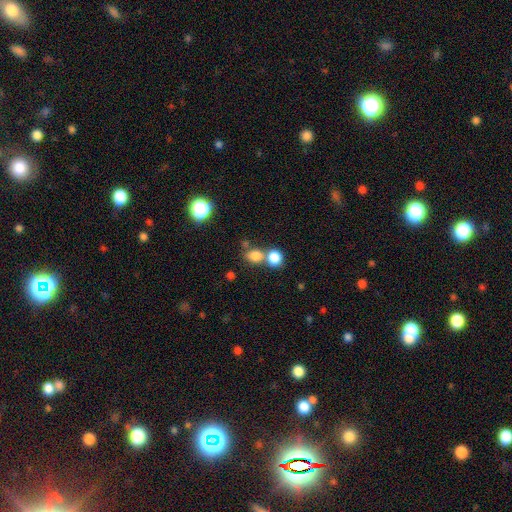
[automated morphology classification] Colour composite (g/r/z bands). It shows a smooth galaxy with no disk features (79%) that is round (58%). Merging: merger (44%, tied with none).